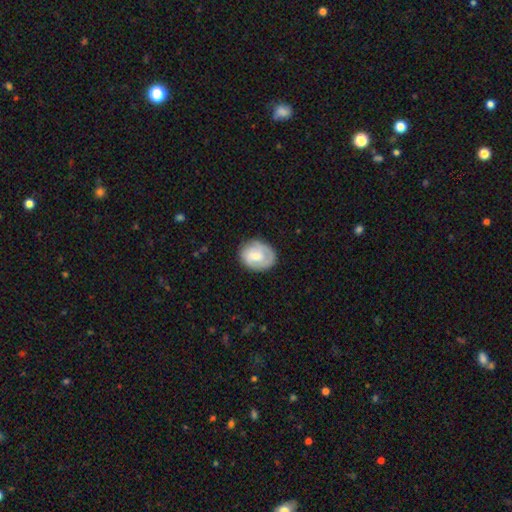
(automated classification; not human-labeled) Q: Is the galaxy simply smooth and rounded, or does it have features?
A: smooth — 51%.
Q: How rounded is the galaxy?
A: round — 50%.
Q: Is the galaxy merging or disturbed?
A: none — 74%.